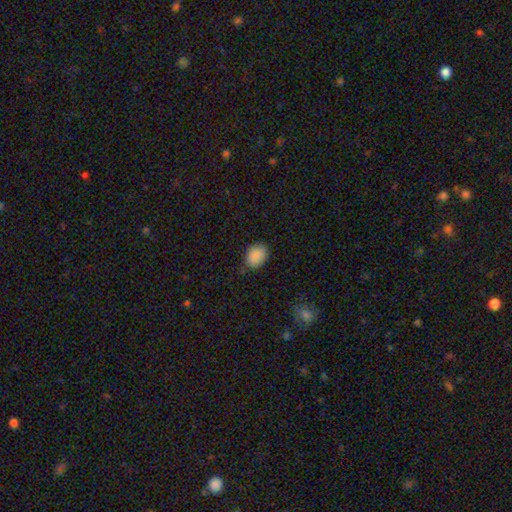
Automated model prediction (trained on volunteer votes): This appears to be a smooth galaxy with no disk features (87%) that is in between round and cigar-shaped (65%). Merging: none (78%).